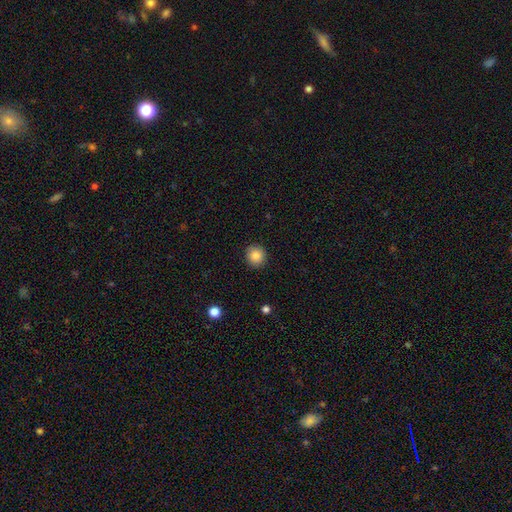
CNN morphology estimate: A smooth galaxy with no disk features (85%) that is round (91%). Merging: none (91%).